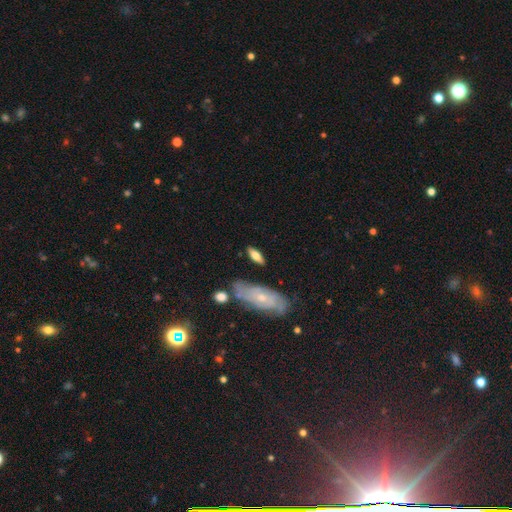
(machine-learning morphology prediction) Smooth or featured? smooth (65%)
How rounded? in between (65%)
Merging? none (73%)